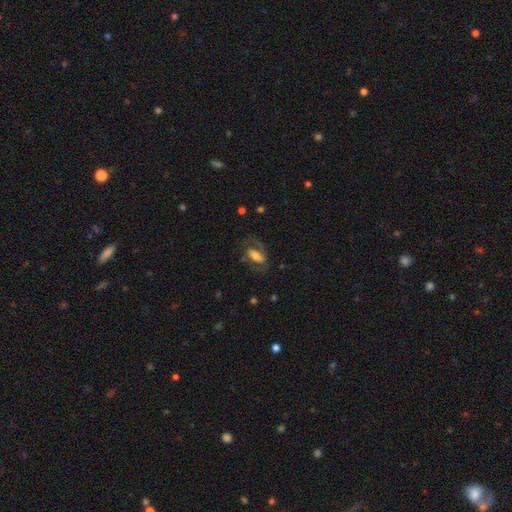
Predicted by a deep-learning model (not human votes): A featured or disk galaxy (62%) with a strong bar (36%), spiral arms (76%) and a moderate central bulge (51%). Merging: none (60%).